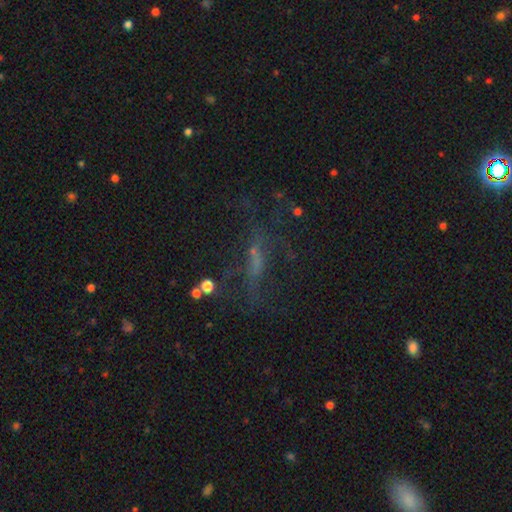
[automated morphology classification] A featured or disk galaxy (40%).

Vote fractions:
- Smooth or featured? featured or disk: 40% / star or artifact: 32% / smooth: 28%
- Merging? none: 57% / major disturbance: 22% / minor disturbance: 18% / merger: 4%